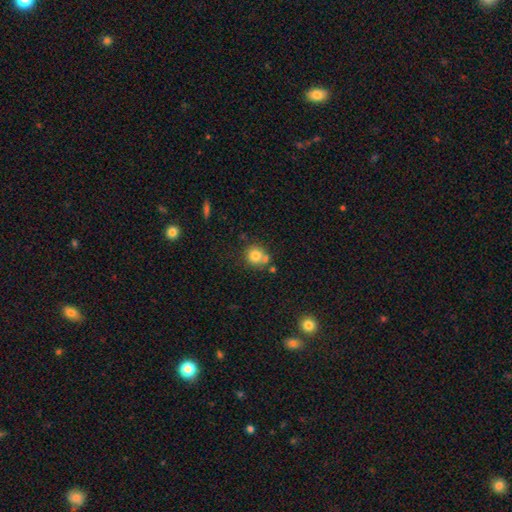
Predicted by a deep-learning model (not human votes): Morphology: type=smooth (79%); roundness=round (86%); merging=none (58%).